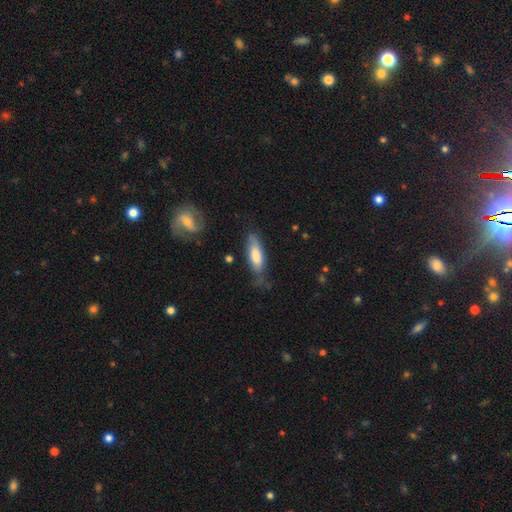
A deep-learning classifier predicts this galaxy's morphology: Overall: smooth (71%). How rounded: in between (58%; cigar-shaped 40%). Merging: none (60%; minor disturbance 28%).